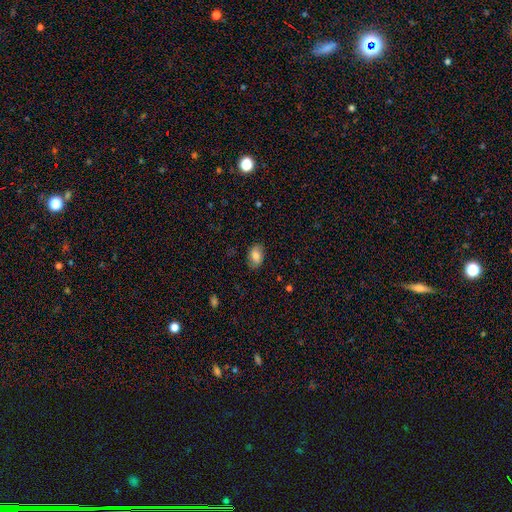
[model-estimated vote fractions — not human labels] Overall: smooth (78%). How rounded: in between (86%). Merging: none (82%).